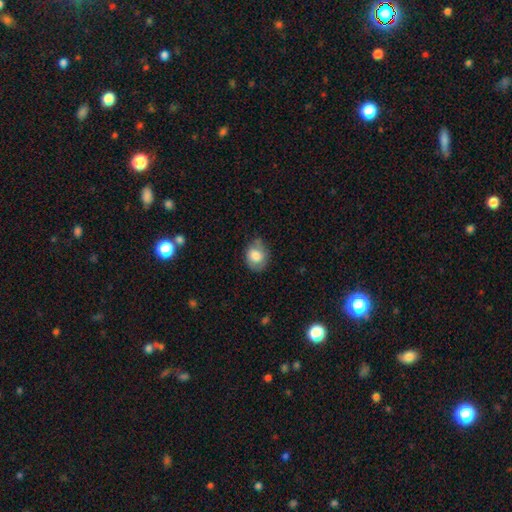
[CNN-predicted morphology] smooth 74%, featured or disk 18%, star or artifact 8%. Down the decision tree: how rounded — round (51%); merging — none (62%).